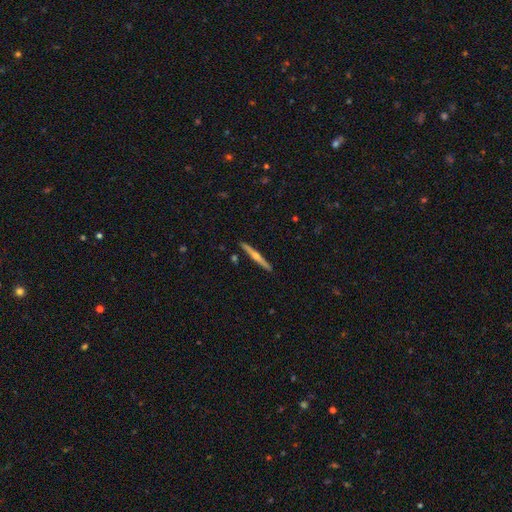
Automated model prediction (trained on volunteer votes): Smooth or featured: featured or disk — 72% (smooth — 22%)
Edge-on disk: yes — 98% (no — 2%)
Edge-on bulge: rounded — 86% (none — 11%)
Merging: none — 92% (minor disturbance — 6%)